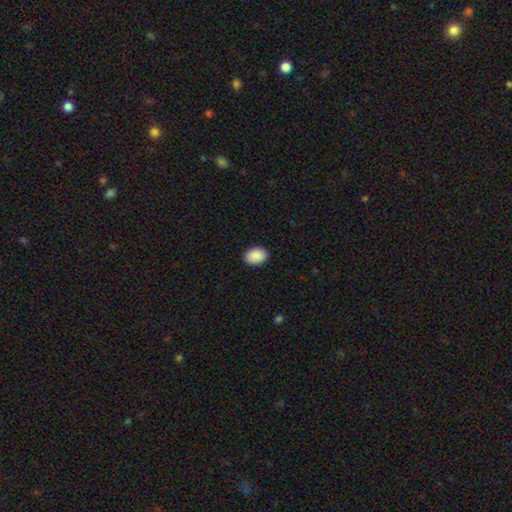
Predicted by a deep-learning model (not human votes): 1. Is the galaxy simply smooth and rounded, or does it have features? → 91% smooth, 7% star or artifact, 2% featured or disk.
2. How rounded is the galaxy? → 73% in between, 26% round, 1% cigar-shaped.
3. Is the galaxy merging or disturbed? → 91% none, 7% minor disturbance, 2% major disturbance, 1% merger.